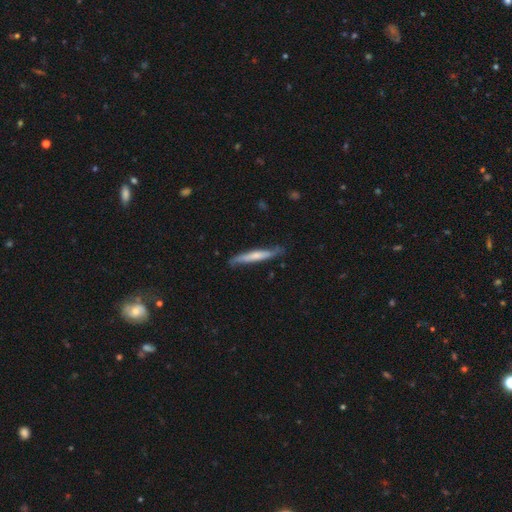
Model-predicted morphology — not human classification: A smooth galaxy with no disk features (52%) that is cigar-shaped (94%). Merging: none (74%).